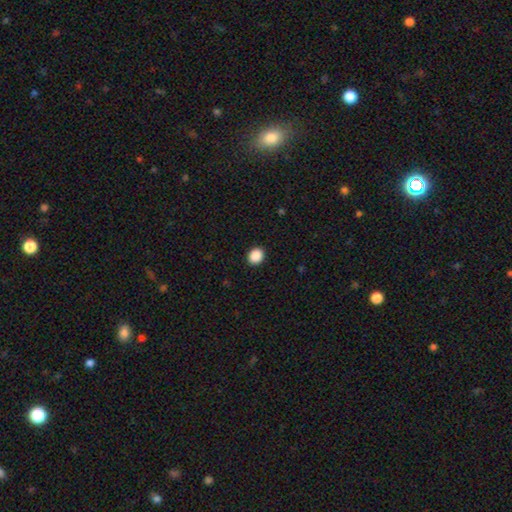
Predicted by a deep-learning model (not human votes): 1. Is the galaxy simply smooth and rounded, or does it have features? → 89% smooth, 9% star or artifact, 2% featured or disk.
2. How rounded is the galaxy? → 67% round, 32% in between, 1% cigar-shaped.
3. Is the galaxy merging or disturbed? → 92% none, 6% minor disturbance, 2% major disturbance, 1% merger.